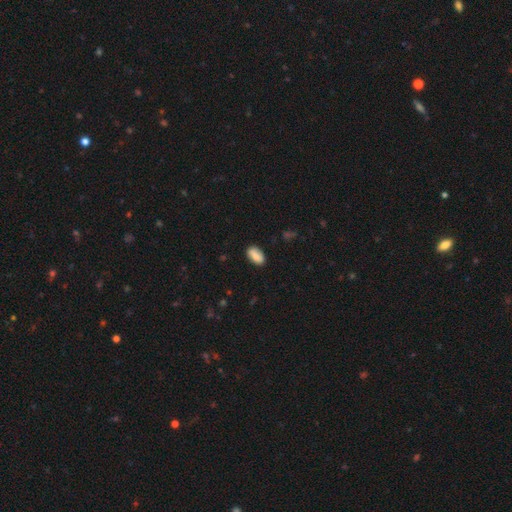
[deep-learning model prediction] smooth_or_featured: smooth (p=0.82) [alt: featured or disk p=0.11]
how_rounded: in between (p=0.91) [alt: cigar-shaped p=0.05]
merging: none (p=0.84) [alt: minor disturbance p=0.11]